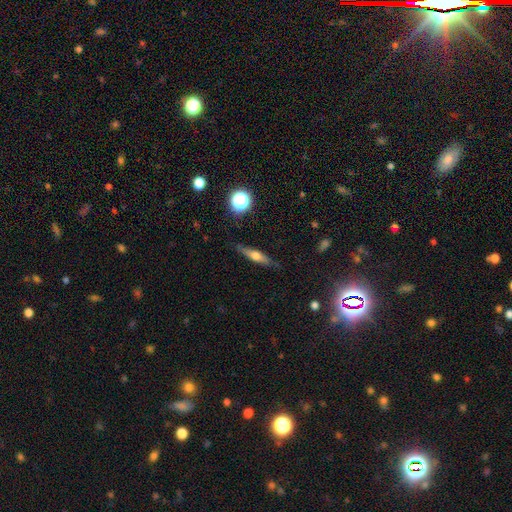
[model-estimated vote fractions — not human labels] Smooth or featured: featured or disk — 50% (smooth — 41%)
Edge-on disk: yes — 91% (no — 9%)
Merging: none — 83% (minor disturbance — 13%)